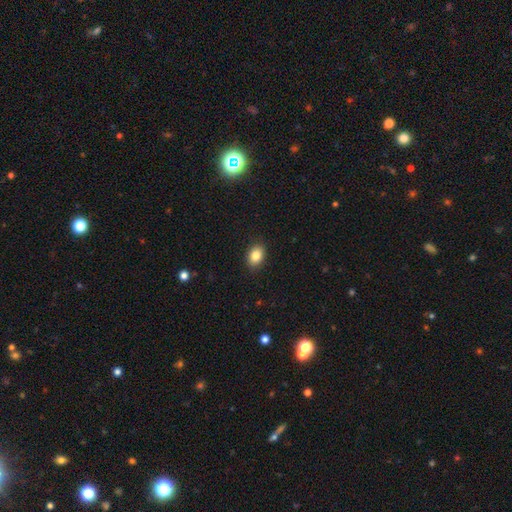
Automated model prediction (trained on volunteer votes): A smooth galaxy with no disk features (84%) that is in between round and cigar-shaped (77%).

Vote fractions:
- Smooth or featured? smooth: 84% / star or artifact: 9% / featured or disk: 7%
- How rounded? in between: 77% / round: 22% / cigar-shaped: 1%
- Merging? none: 88% / minor disturbance: 9% / major disturbance: 2% / merger: 1%